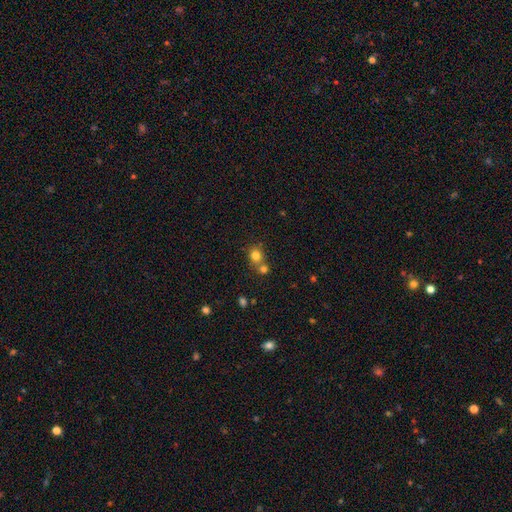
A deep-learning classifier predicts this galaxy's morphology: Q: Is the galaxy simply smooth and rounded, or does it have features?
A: smooth — 79%.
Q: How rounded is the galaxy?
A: round — 81%.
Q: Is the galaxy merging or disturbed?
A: none — 52%.